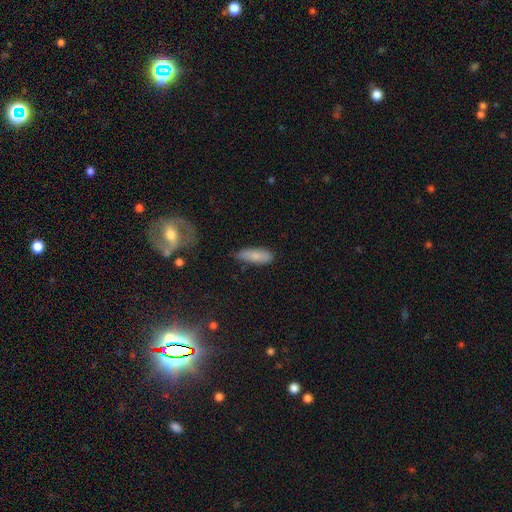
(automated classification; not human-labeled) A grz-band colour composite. It shows a smooth galaxy with no disk features (79%) that is in between round and cigar-shaped (67%). Merging: none (73%).